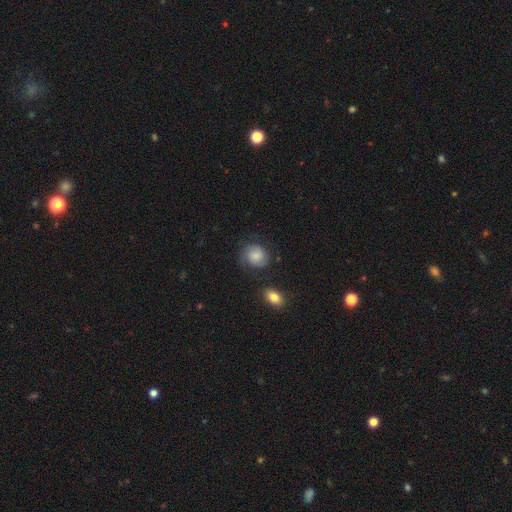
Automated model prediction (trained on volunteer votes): smooth-or-featured: smooth: 63% | featured or disk: 28% | star or artifact: 9%
  how-rounded: round: 68% | in between: 31% | cigar-shaped: 1%
  merging: none: 61% | minor disturbance: 24% | major disturbance: 12% | merger: 3%